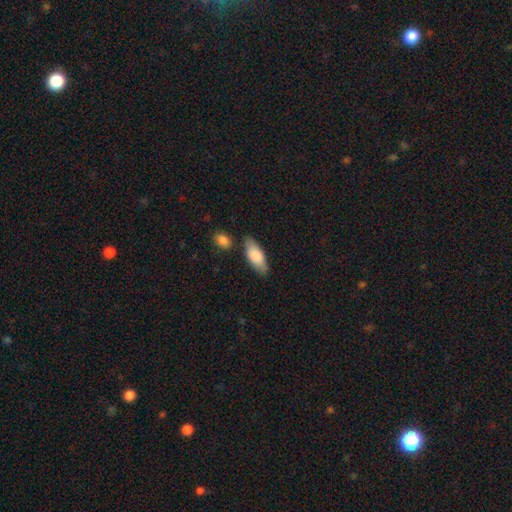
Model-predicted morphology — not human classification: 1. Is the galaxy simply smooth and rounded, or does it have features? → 80% smooth, 14% featured or disk, 6% star or artifact.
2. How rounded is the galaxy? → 78% in between, 20% cigar-shaped, 2% round.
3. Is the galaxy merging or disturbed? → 73% none, 16% minor disturbance, 7% merger, 4% major disturbance.